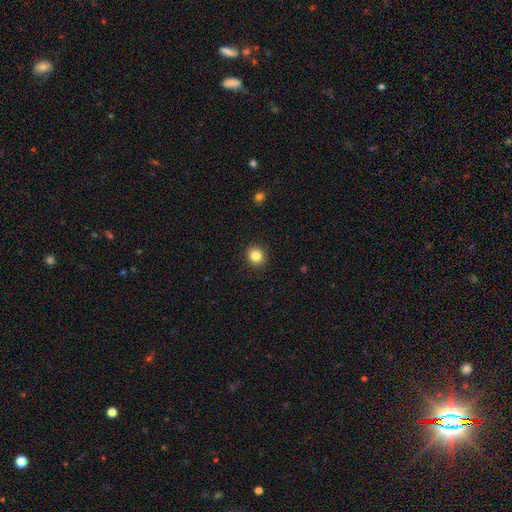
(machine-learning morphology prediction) type=smooth (85%); roundness=round (87%); merging=none (92%).